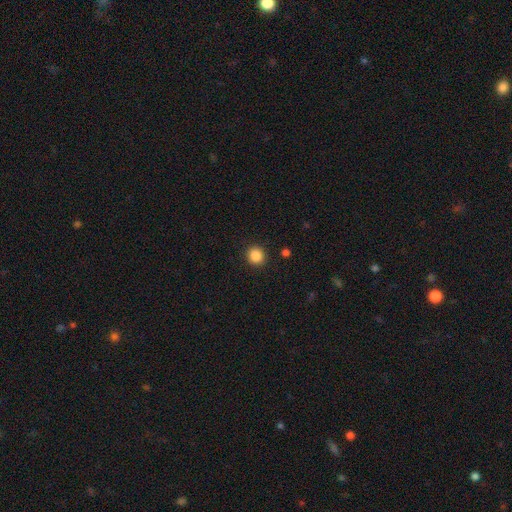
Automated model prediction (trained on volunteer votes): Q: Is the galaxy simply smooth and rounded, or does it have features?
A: smooth — 87%.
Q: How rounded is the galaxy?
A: round — 90%.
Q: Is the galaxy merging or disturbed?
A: none — 91%.